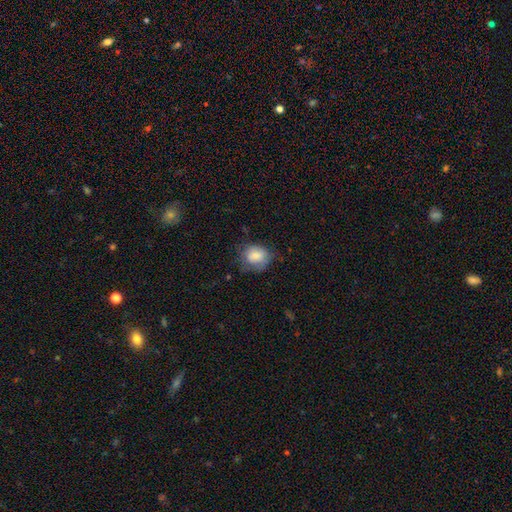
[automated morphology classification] Smooth or featured? smooth (81%)
How rounded? round (58%)
Merging? none (58%)